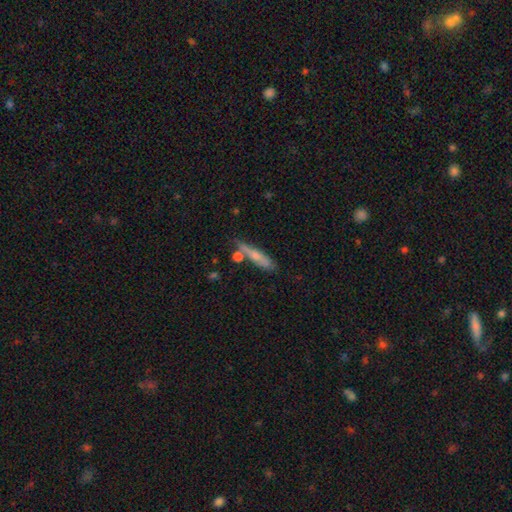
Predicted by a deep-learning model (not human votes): Smooth or featured: smooth — 57% (featured or disk — 36%)
How rounded: cigar-shaped — 80% (in between — 17%)
Merging: none — 65% (minor disturbance — 19%)